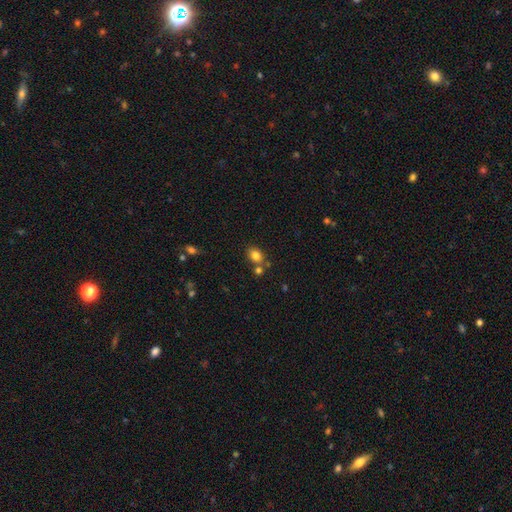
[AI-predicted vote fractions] smooth-or-featured: smooth: 81% | star or artifact: 11% | featured or disk: 7%
  how-rounded: in between: 60% | round: 39% | cigar-shaped: 1%
  merging: none: 64% | merger: 21% | minor disturbance: 12% | major disturbance: 3%